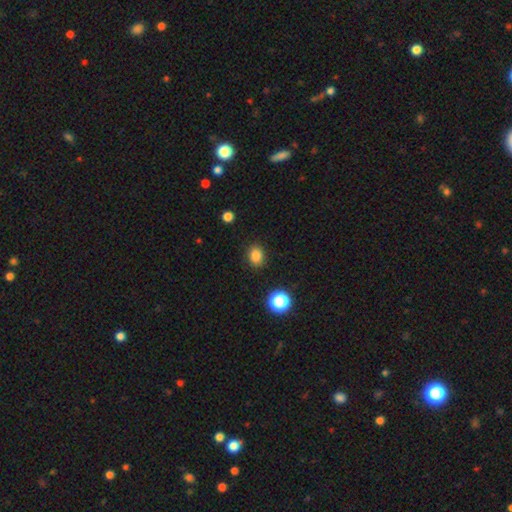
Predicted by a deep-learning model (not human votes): Smooth or featured?
  - smooth: 83% *
  - star or artifact: 12%
  - featured or disk: 4%
How rounded?
  - round: 56% *
  - in between: 43%
  - cigar-shaped: 1%
Merging?
  - none: 88% *
  - minor disturbance: 8%
  - major disturbance: 2%
  - merger: 1%